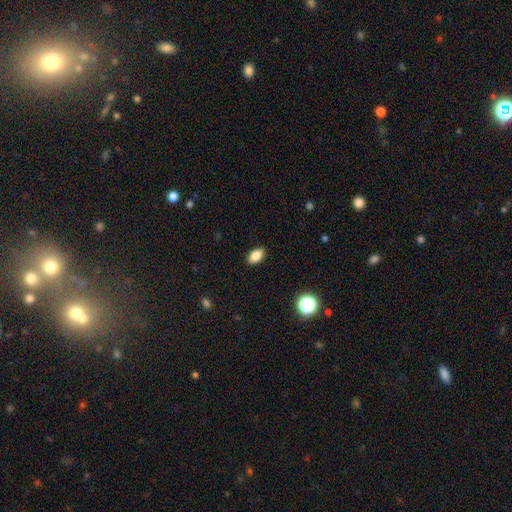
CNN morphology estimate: The model was most divided on "smooth or featured": smooth: 85%, star or artifact: 9%, featured or disk: 5%. More confident: how rounded — in between (90%); merging — none (89%).